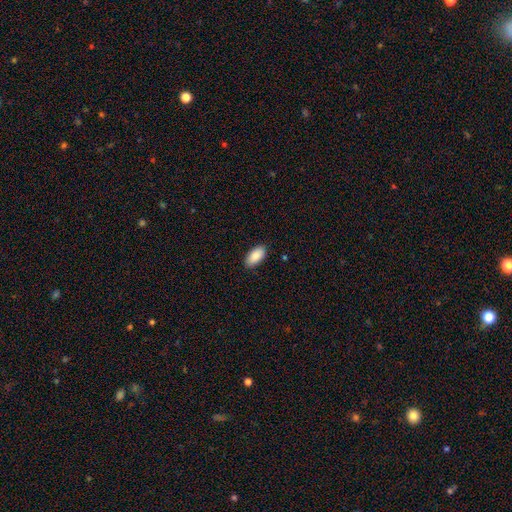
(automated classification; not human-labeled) This appears to be a smooth galaxy with no disk features (89%) that is in between round and cigar-shaped (93%). Merging: none (88%).